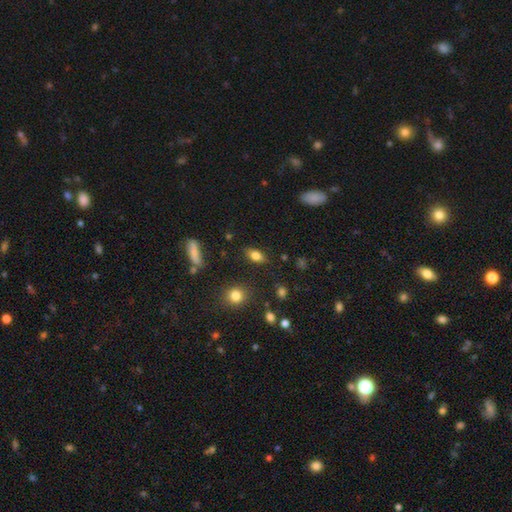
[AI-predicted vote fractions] Smooth or featured?
  - smooth: 75% *
  - featured or disk: 15%
  - star or artifact: 10%
How rounded?
  - in between: 83% *
  - cigar-shaped: 9%
  - round: 8%
Merging?
  - none: 83% *
  - minor disturbance: 12%
  - major disturbance: 3%
  - merger: 2%